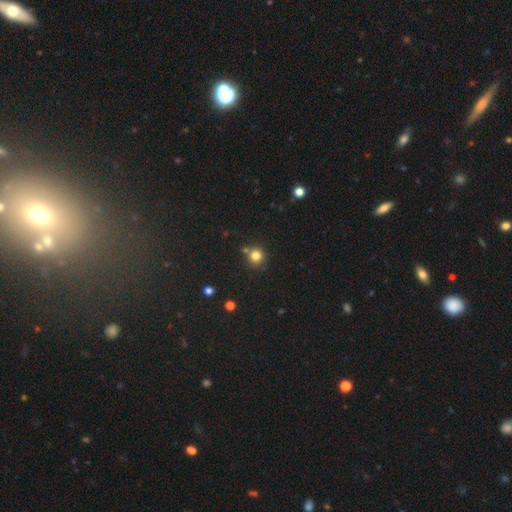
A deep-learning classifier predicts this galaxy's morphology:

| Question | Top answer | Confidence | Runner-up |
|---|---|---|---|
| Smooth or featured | smooth | 81% | star or artifact (14%) |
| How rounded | round | 93% | in between (6%) |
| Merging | none | 76% | merger (13%) |